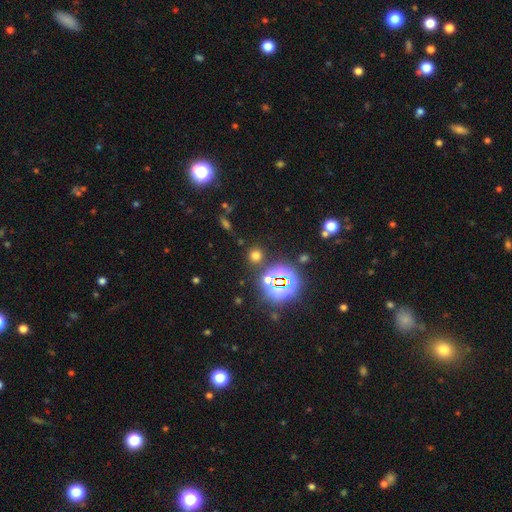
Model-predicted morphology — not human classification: This appears to be a smooth galaxy with no disk features (60%) that is round (87%). Merging: none (84%).